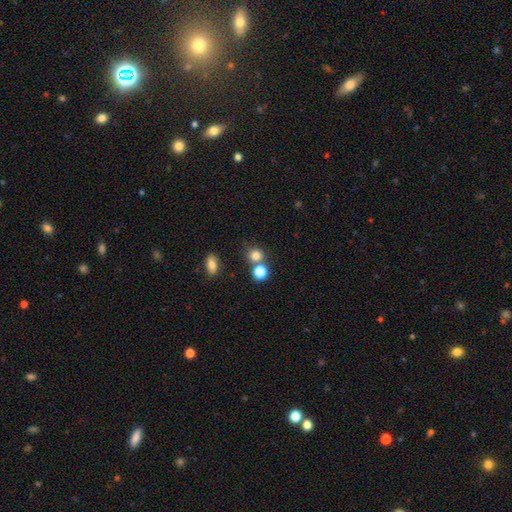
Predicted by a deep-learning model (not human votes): smooth 79%, star or artifact 14%, featured or disk 6%. Down the decision tree: how rounded — round (83%); merging — none (63%).